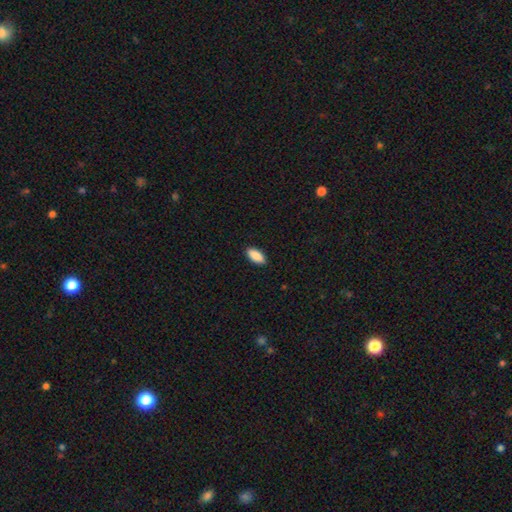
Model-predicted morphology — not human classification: Smooth or featured? Predicted: smooth (p=0.89). How rounded? Predicted: in between (p=0.91). Merging? Predicted: none (p=0.89).